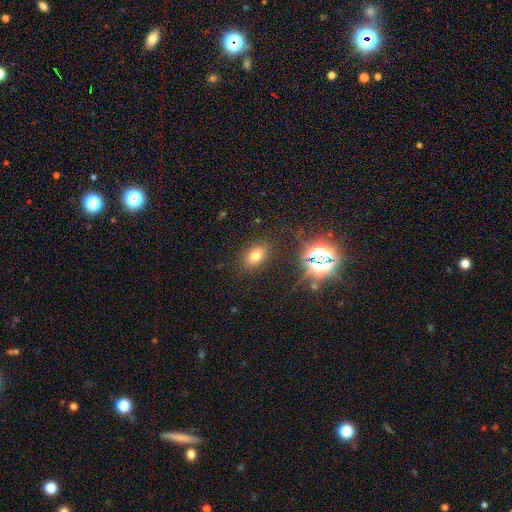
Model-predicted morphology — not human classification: This is likely a smooth galaxy (69%). How rounded: likely in between (79%). Merging: clearly none (85%).